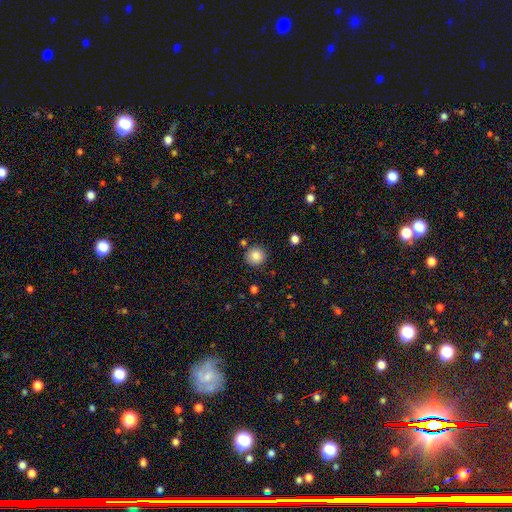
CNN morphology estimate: This appears to be a smooth galaxy with no disk features (85%) that is round (92%). Merging: none (86%).